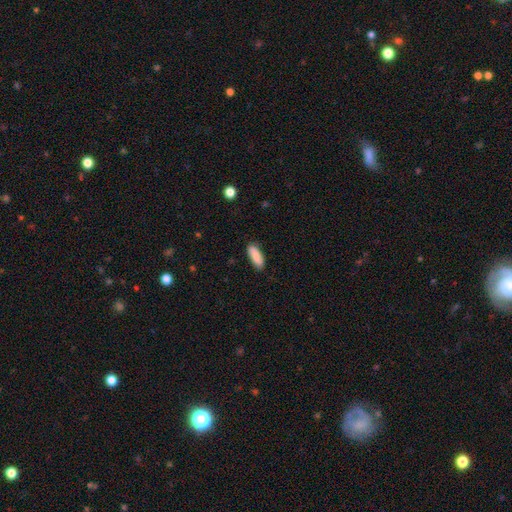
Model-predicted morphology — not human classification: Smooth or featured: smooth — 87% (featured or disk — 7%)
How rounded: in between — 63% (cigar-shaped — 35%)
Merging: none — 84% (minor disturbance — 13%)